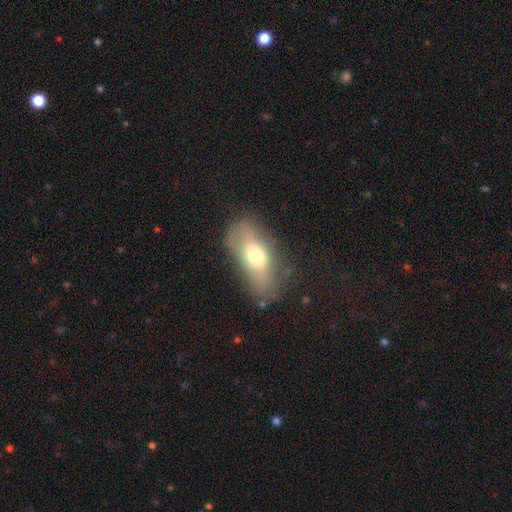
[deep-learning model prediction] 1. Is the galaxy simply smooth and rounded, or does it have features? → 62% smooth, 29% featured or disk, 8% star or artifact.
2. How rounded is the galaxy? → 80% in between, 15% cigar-shaped, 6% round.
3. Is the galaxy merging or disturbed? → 60% none, 25% minor disturbance, 13% major disturbance, 3% merger.